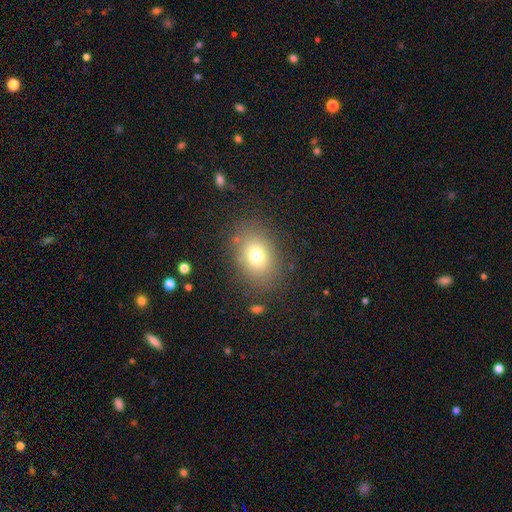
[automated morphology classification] smooth 74%, star or artifact 14%, featured or disk 13%. Down the decision tree: how rounded — in between (60%); merging — none (82%).